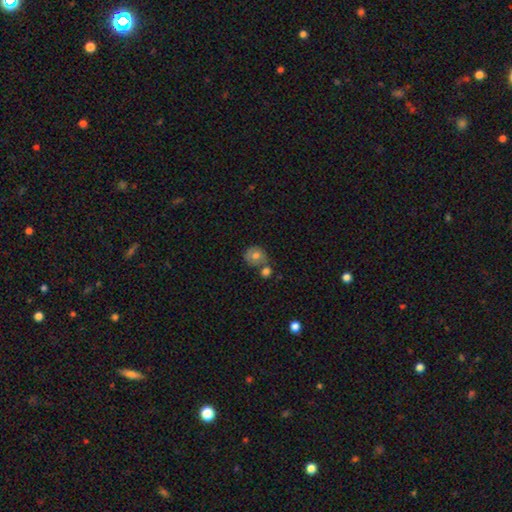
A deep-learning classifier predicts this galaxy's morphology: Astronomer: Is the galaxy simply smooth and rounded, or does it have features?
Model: smooth — 71%.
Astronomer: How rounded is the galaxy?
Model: round — 79%.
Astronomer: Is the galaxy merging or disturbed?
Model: none — 51% (runner-up: merger, 28%).